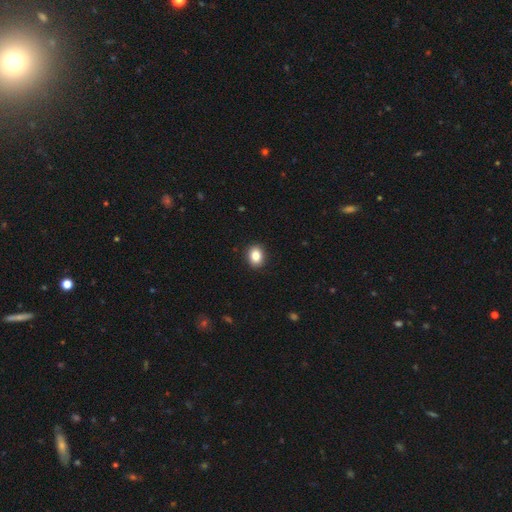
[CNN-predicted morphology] type=smooth (85%); roundness=in between (54%); merging=none (91%).